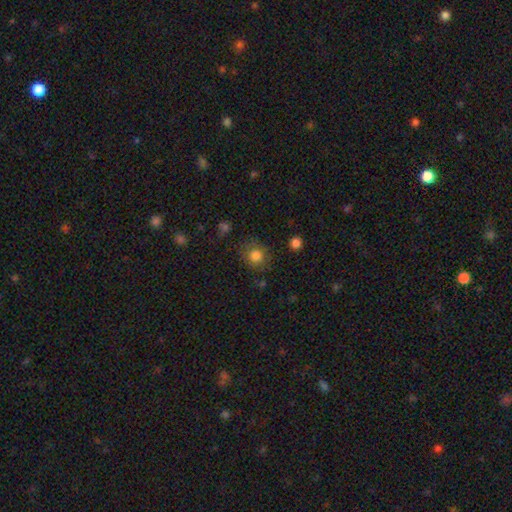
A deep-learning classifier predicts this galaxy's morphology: type=smooth (80%); roundness=round (86%); merging=none (78%).